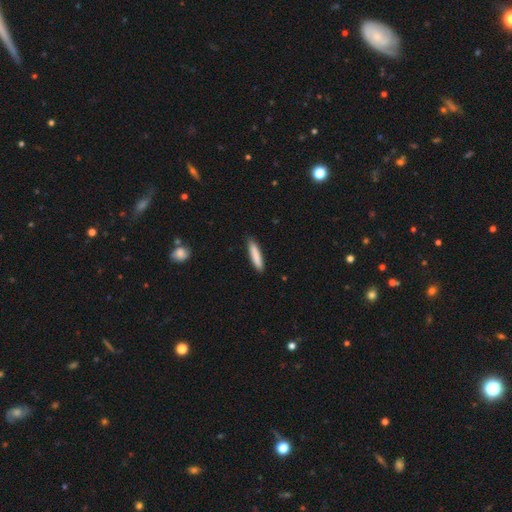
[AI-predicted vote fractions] Smooth or featured? Predicted: smooth (p=0.85). How rounded? Predicted: cigar-shaped (p=0.87). Merging? Predicted: none (p=0.88).